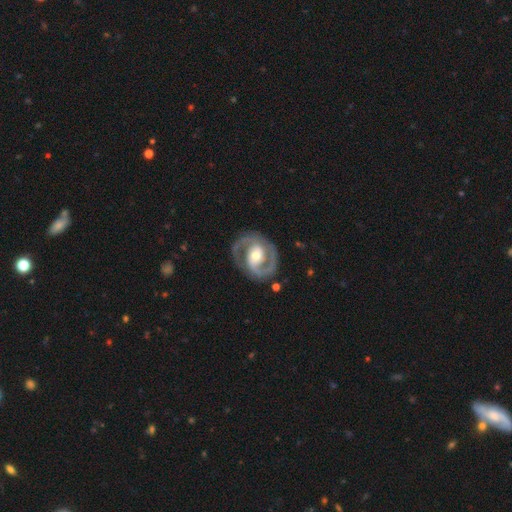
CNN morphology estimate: Overall: featured or disk (88%). Edge-on disk: no (97%). Bar: no (40%; weak 35%). Spiral arms: yes (94%). Spiral arm count: 2 (92%). Spiral winding: medium (54%; tight 33%). Bulge size: moderate (64%; small 24%). Merging: none (83%).